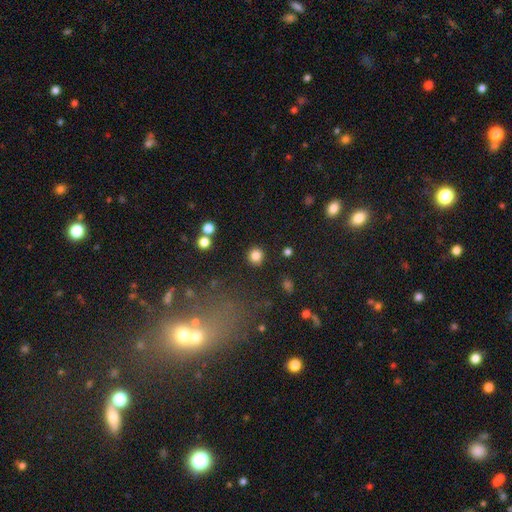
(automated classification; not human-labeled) This is clearly a smooth galaxy (84%). How rounded: clearly round (93%). Merging: clearly none (91%).